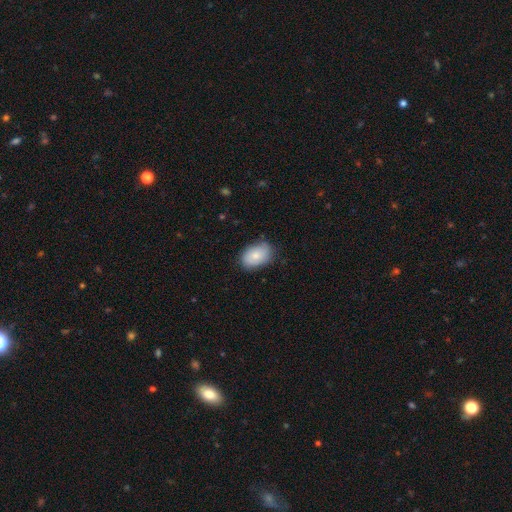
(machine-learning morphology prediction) smooth 79%, featured or disk 14%, star or artifact 7%. Down the decision tree: how rounded — in between (87%); merging — none (76%).